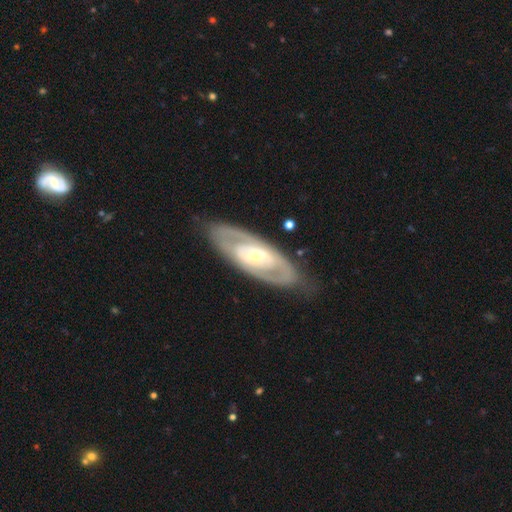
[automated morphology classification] A featured or disk galaxy (76%) with no bar (52%), spiral arms (56%) and a small central bulge (61%).

Vote fractions:
- Smooth or featured? featured or disk: 76% / smooth: 19% / star or artifact: 5%
- Edge-on disk? no: 88% / yes: 12%
- Bar? no: 52% / weak: 28% / strong: 20%
- Spiral arms? yes: 56% / no: 44%
- Bulge size? small: 61% / moderate: 32% / large: 4% / none: 1% / dominant: 1%
- Merging? none: 78% / minor disturbance: 14% / major disturbance: 6% / merger: 2%